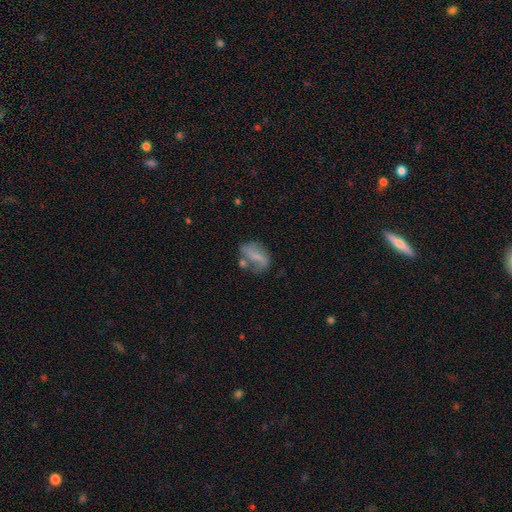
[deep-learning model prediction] Smooth or featured: smooth — 46% (featured or disk — 45%)
Merging: none — 46% (minor disturbance — 25%)